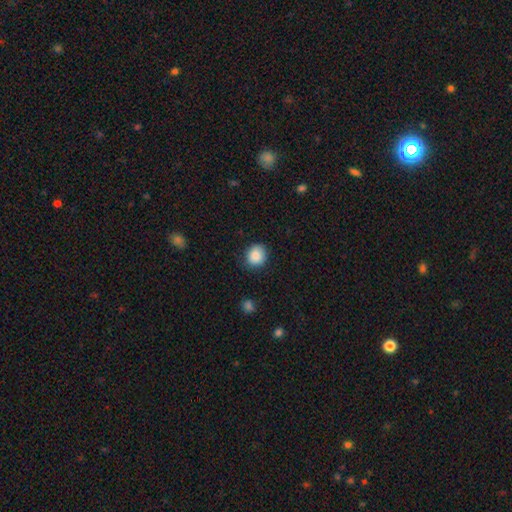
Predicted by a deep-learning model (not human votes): This appears to be a smooth galaxy with no disk features (86%) that is round (82%). Merging: none (84%).